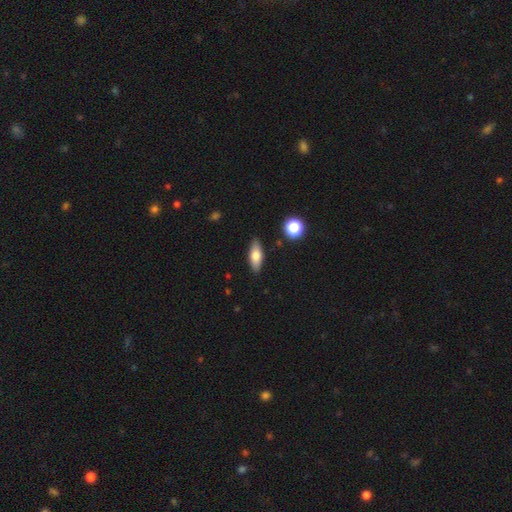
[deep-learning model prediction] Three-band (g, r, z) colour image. It shows a smooth galaxy with no disk features (68%) that is in between round and cigar-shaped (70%). Merging: none (87%).